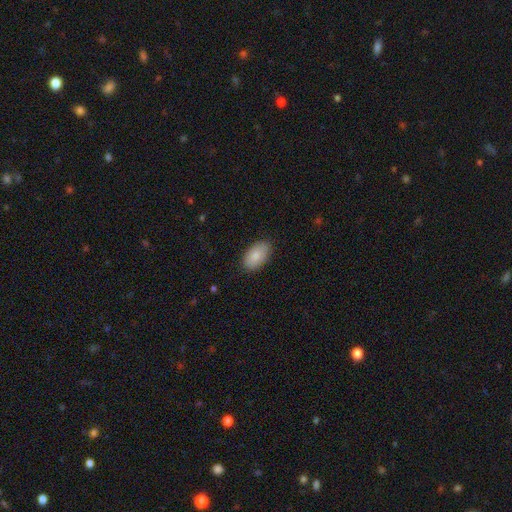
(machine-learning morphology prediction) This is clearly a smooth galaxy (84%). How rounded: clearly in between (94%). Merging: clearly none (86%).